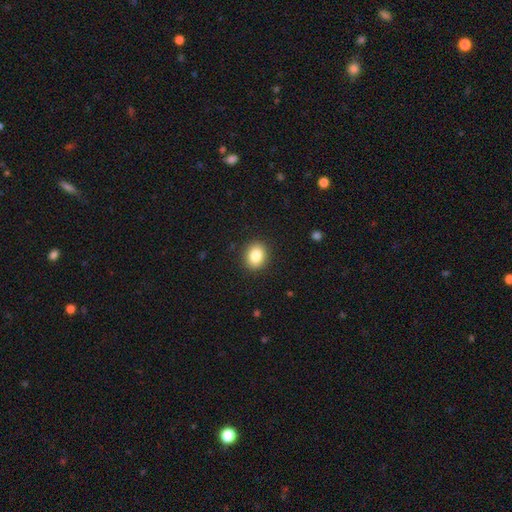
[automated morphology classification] This is clearly a smooth galaxy (84%). How rounded: possibly round (59%). Merging: clearly none (90%).